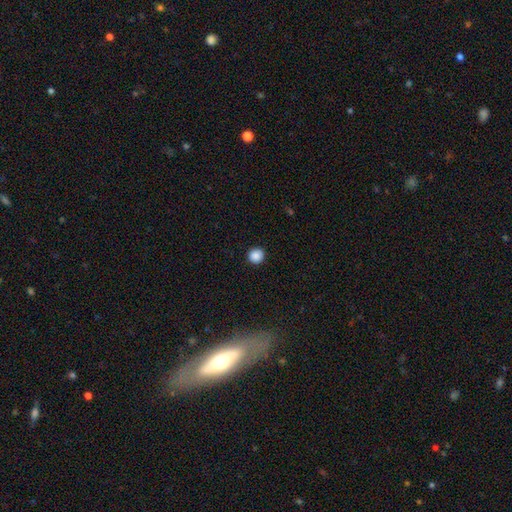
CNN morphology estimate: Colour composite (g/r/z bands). It shows a smooth galaxy with no disk features (88%) that is round (94%). Merging: none (93%).